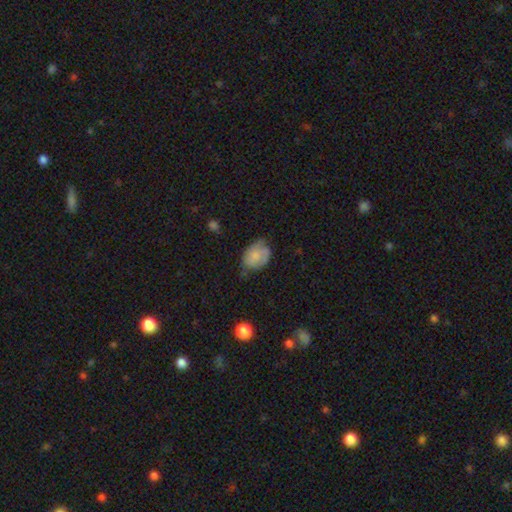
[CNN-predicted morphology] This appears to be a smooth galaxy with no disk features (64%) that is in between round and cigar-shaped (76%). Merging: none (47%).